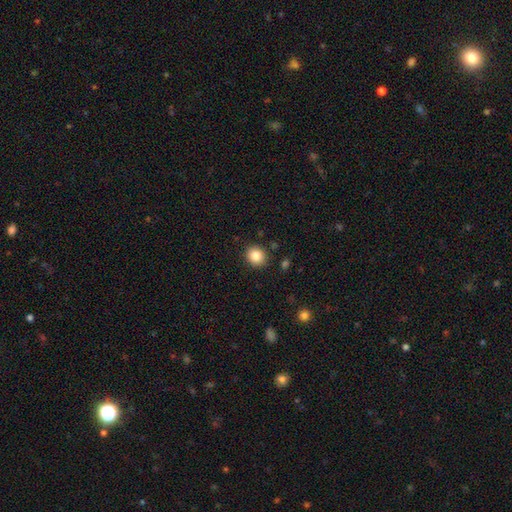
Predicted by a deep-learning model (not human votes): Smooth or featured? smooth (84%)
How rounded? round (81%)
Merging? none (89%)